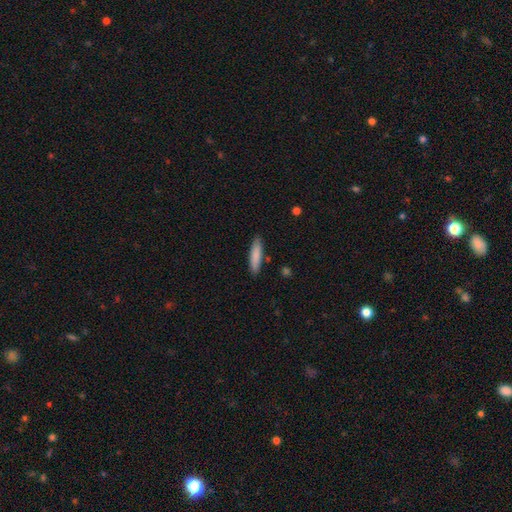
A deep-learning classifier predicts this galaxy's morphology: smooth_or_featured: smooth (p=0.83) [alt: featured or disk p=0.11]
how_rounded: cigar-shaped (p=0.79) [alt: in between p=0.20]
merging: none (p=0.86) [alt: minor disturbance p=0.10]